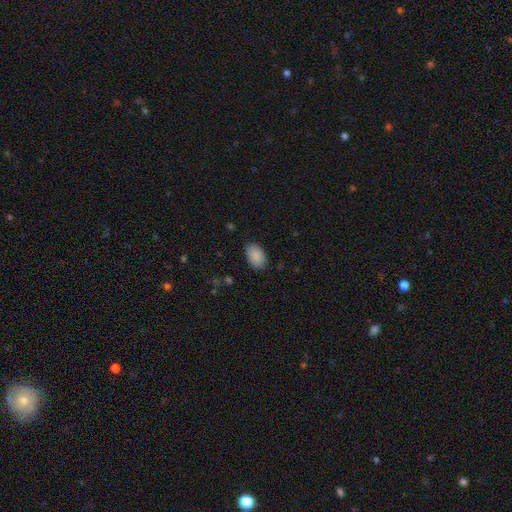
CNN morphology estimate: This appears to be a smooth galaxy with no disk features (90%) that is in between round and cigar-shaped (92%). Merging: none (86%).